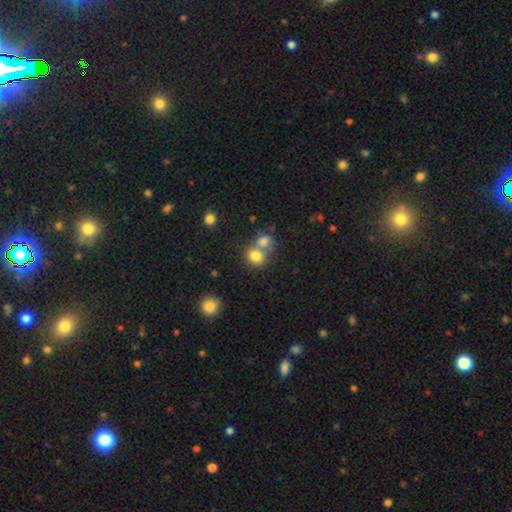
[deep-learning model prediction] smooth-or-featured: smooth: 79% | star or artifact: 11% | featured or disk: 10%
  how-rounded: round: 70% | in between: 29% | cigar-shaped: 1%
  merging: merger: 53% | none: 36% | minor disturbance: 7% | major disturbance: 3%